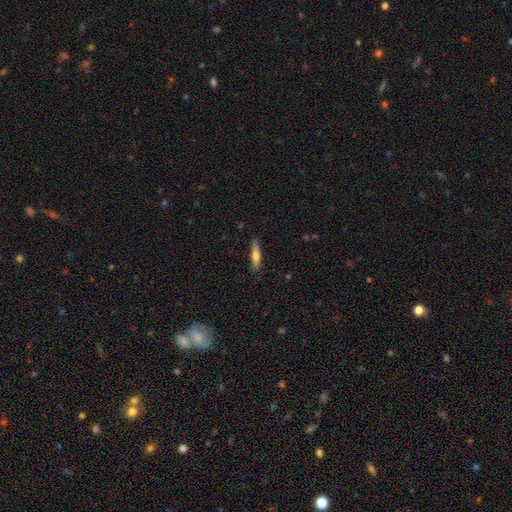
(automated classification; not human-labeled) Smooth or featured?
  - smooth: 58% *
  - featured or disk: 36%
  - star or artifact: 6%
How rounded?
  - cigar-shaped: 84% *
  - in between: 14%
  - round: 2%
Merging?
  - none: 85% *
  - minor disturbance: 12%
  - major disturbance: 2%
  - merger: 1%